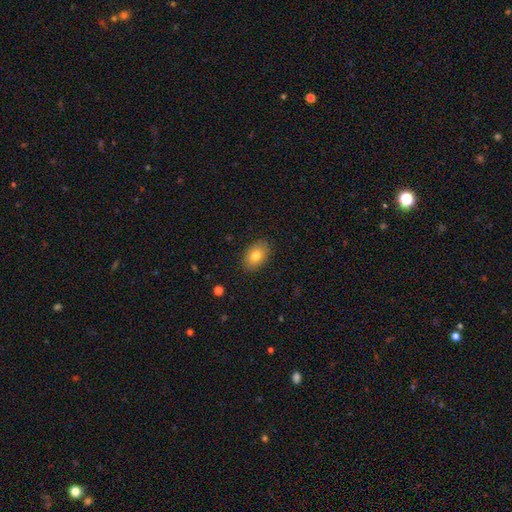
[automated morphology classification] Smooth or featured?
  - smooth: 80% *
  - featured or disk: 12%
  - star or artifact: 8%
How rounded?
  - in between: 86% *
  - round: 12%
  - cigar-shaped: 1%
Merging?
  - none: 88% *
  - minor disturbance: 9%
  - major disturbance: 2%
  - merger: 1%